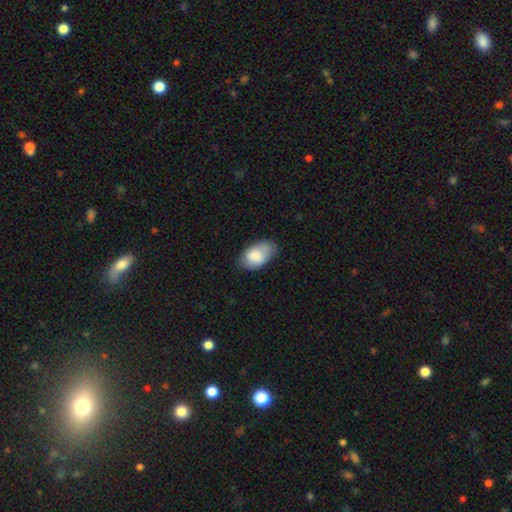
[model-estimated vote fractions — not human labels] A smooth galaxy with no disk features (84%) that is in between round and cigar-shaped (94%). Merging: none (68%).